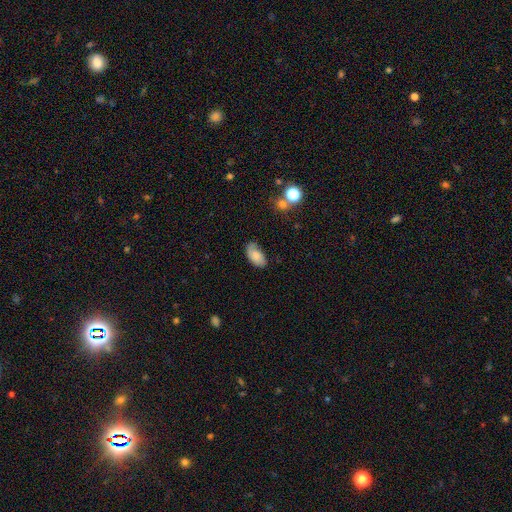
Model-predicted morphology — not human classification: Q: Smooth or featured?
A: smooth (76%); runner-up: featured or disk (17%)
Q: How rounded?
A: in between (94%); runner-up: round (4%)
Q: Merging?
A: none (62%); runner-up: minor disturbance (27%)